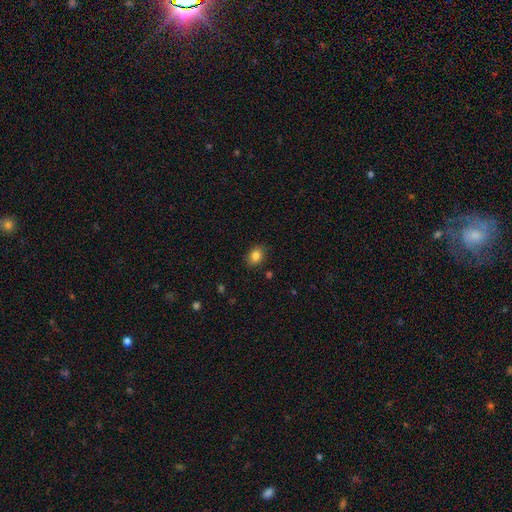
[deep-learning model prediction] Q: Smooth or featured?
A: smooth (83%); runner-up: star or artifact (10%)
Q: How rounded?
A: in between (66%); runner-up: round (33%)
Q: Merging?
A: none (86%); runner-up: minor disturbance (10%)